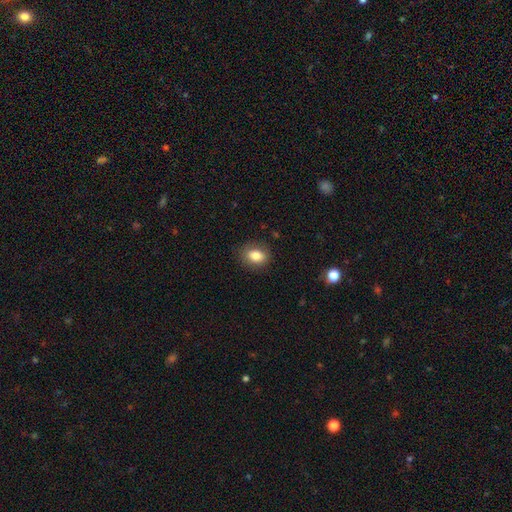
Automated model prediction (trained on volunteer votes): Morphology: type=smooth (83%); roundness=in between (63%); merging=none (84%).